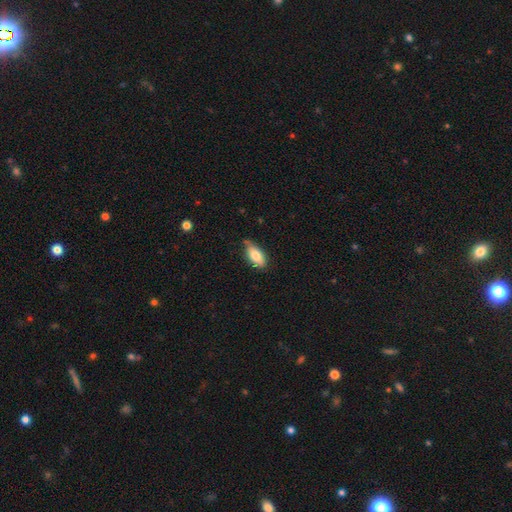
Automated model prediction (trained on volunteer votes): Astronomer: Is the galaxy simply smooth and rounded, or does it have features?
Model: smooth — 78%.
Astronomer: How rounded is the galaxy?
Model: in between — 89%.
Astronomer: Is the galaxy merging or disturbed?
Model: none — 64%.